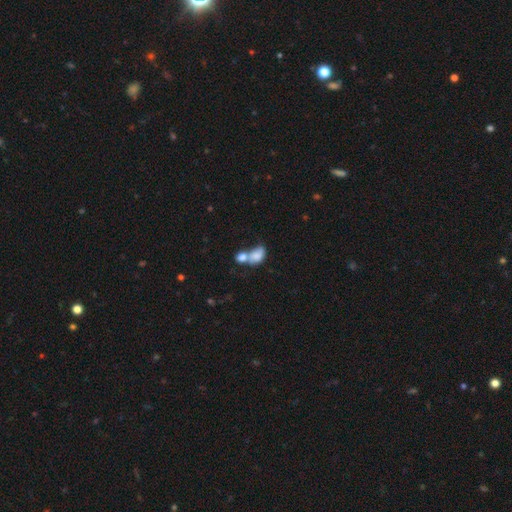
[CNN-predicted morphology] Q: Smooth or featured?
A: smooth (74%); runner-up: featured or disk (17%)
Q: How rounded?
A: in between (80%); runner-up: round (18%)
Q: Merging?
A: merger (70%); runner-up: none (14%)